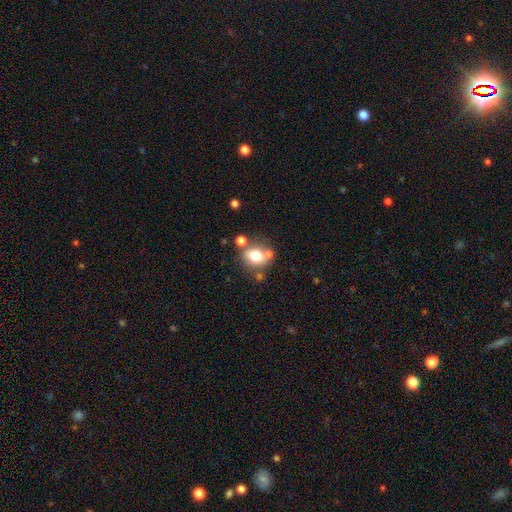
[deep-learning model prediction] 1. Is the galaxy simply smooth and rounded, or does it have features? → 69% smooth, 20% featured or disk, 11% star or artifact.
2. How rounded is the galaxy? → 50% round, 48% in between, 1% cigar-shaped.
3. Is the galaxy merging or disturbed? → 57% none, 21% merger, 16% minor disturbance, 6% major disturbance.